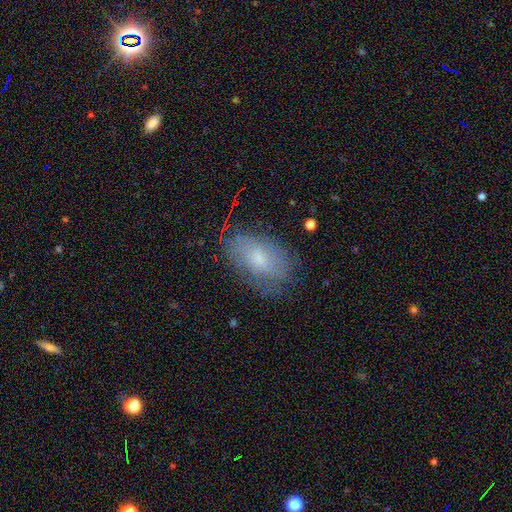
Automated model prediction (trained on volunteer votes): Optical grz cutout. It shows a smooth galaxy with no disk features (51%) that is in between round and cigar-shaped (88%). Merging: none (74%).